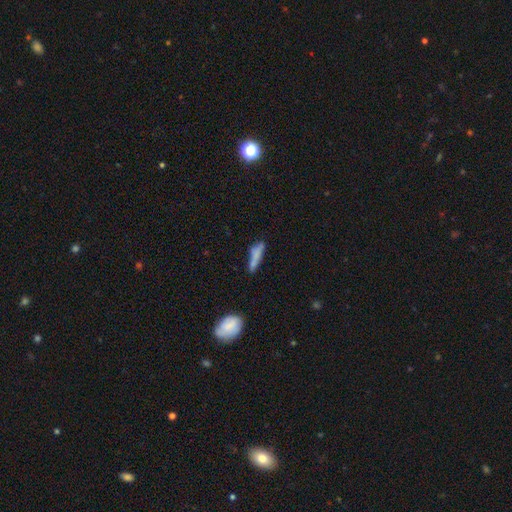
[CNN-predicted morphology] Overall: smooth (69%). How rounded: cigar-shaped (75%). Merging: none (52%; minor disturbance 25%).